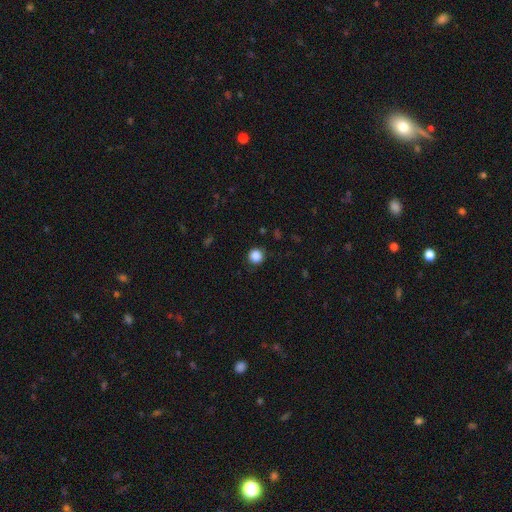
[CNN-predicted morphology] Smooth or featured?
  - smooth: 87% *
  - star or artifact: 11%
  - featured or disk: 3%
How rounded?
  - round: 94% *
  - in between: 5%
  - cigar-shaped: 1%
Merging?
  - none: 88% *
  - minor disturbance: 8%
  - major disturbance: 3%
  - merger: 1%